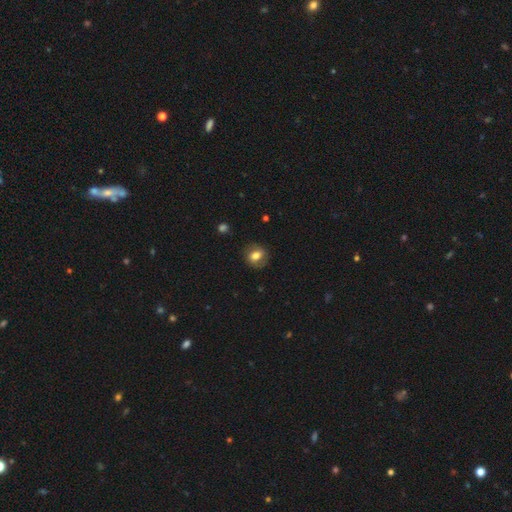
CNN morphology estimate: The model was most divided on "how rounded": round: 60%, in between: 38%, cigar-shaped: 1%. More confident: merging — none (82%); smooth or featured — smooth (72%).